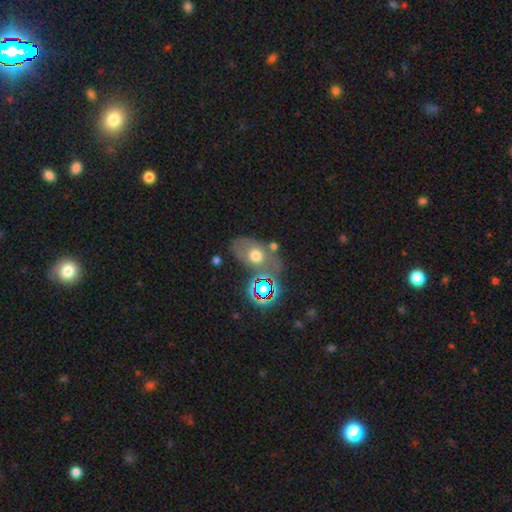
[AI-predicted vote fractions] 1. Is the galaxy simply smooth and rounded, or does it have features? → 53% smooth, 29% featured or disk, 18% star or artifact.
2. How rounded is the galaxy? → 77% in between, 21% round, 2% cigar-shaped.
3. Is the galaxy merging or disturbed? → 59% none, 19% minor disturbance, 11% merger, 11% major disturbance.